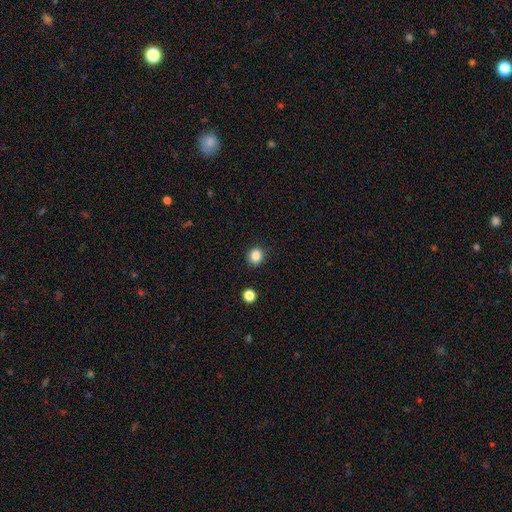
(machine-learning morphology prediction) smooth_or_featured: smooth (p=0.85) [alt: star or artifact p=0.11]
how_rounded: round (p=0.74) [alt: in between p=0.25]
merging: none (p=0.90) [alt: minor disturbance p=0.07]